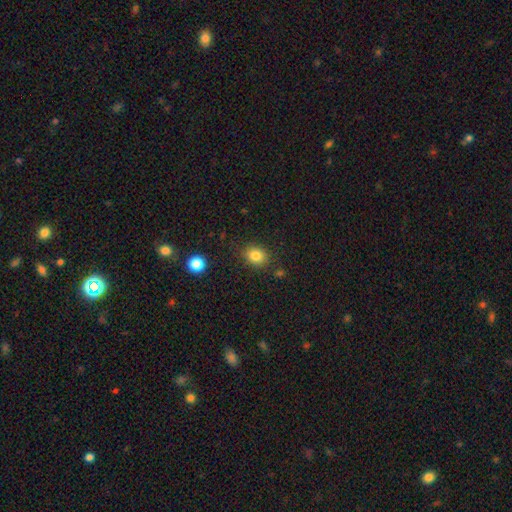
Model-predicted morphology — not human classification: smooth_or_featured: smooth (p=0.83) [alt: star or artifact p=0.11]
how_rounded: round (p=0.52) [alt: in between p=0.47]
merging: none (p=0.82) [alt: minor disturbance p=0.12]